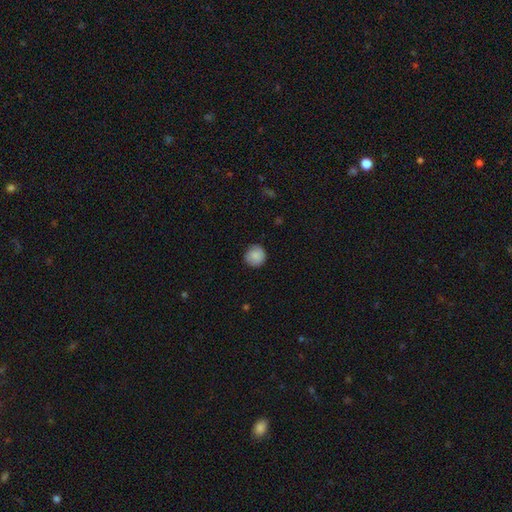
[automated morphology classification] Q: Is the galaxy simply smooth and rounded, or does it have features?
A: smooth — 87%.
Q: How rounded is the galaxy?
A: round — 93%.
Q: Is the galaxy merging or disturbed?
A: none — 87%.